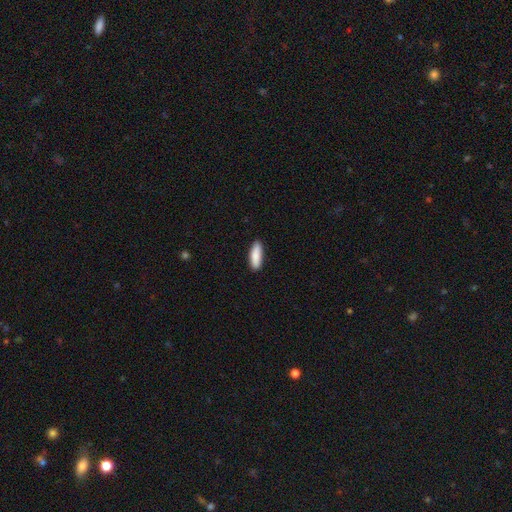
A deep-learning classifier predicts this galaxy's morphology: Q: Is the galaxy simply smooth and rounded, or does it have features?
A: smooth — 88%.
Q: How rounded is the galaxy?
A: in between — 52%.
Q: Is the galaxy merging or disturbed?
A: none — 88%.